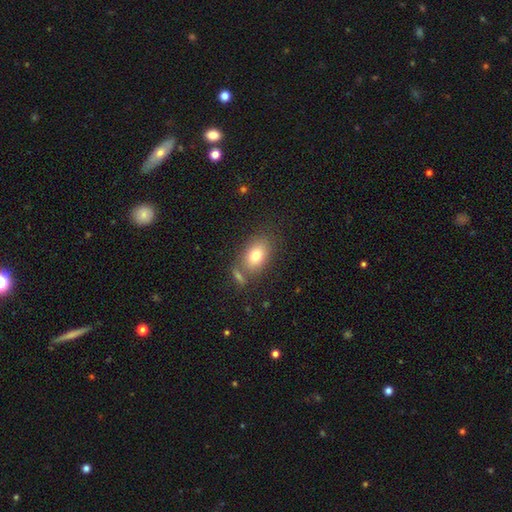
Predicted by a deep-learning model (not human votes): A smooth galaxy with no disk features (78%) that is in between round and cigar-shaped (83%).

Vote fractions:
- Smooth or featured? smooth: 78% / featured or disk: 13% / star or artifact: 9%
- How rounded? in between: 83% / round: 15% / cigar-shaped: 2%
- Merging? none: 66% / merger: 15% / minor disturbance: 14% / major disturbance: 5%